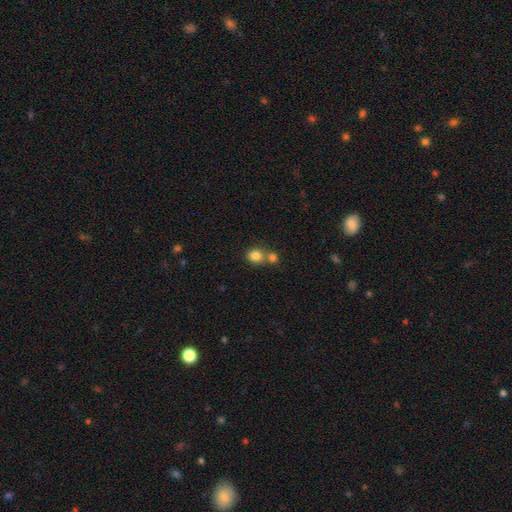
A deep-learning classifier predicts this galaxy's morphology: This is clearly a smooth galaxy (82%). How rounded: clearly round (81%). Merging: possibly none (47%).